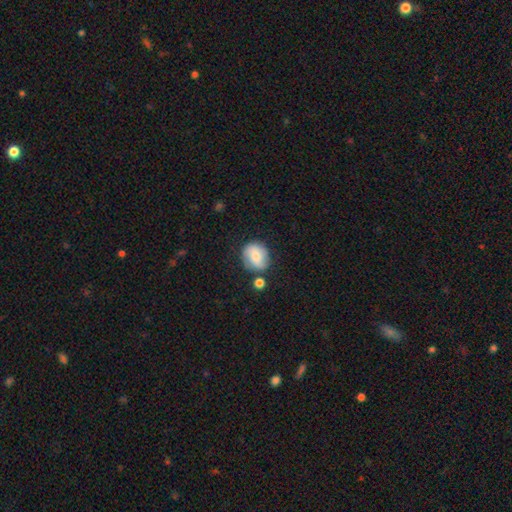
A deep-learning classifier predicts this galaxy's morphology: type=smooth (64%); roundness=round (70%); merging=none (64%).